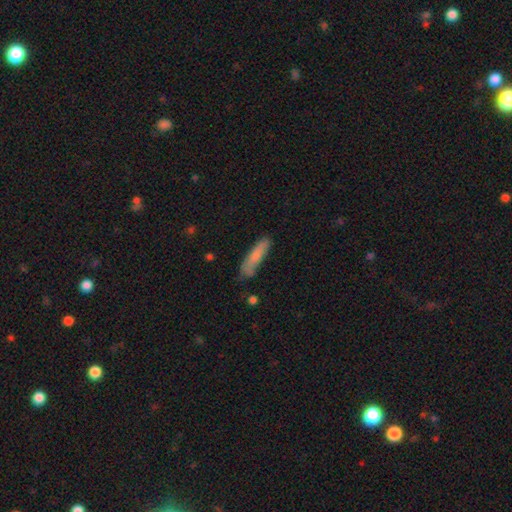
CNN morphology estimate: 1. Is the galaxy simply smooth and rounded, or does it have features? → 77% smooth, 17% featured or disk, 6% star or artifact.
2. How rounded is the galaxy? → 80% cigar-shaped, 19% in between, 1% round.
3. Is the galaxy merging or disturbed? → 70% none, 23% minor disturbance, 5% major disturbance, 3% merger.